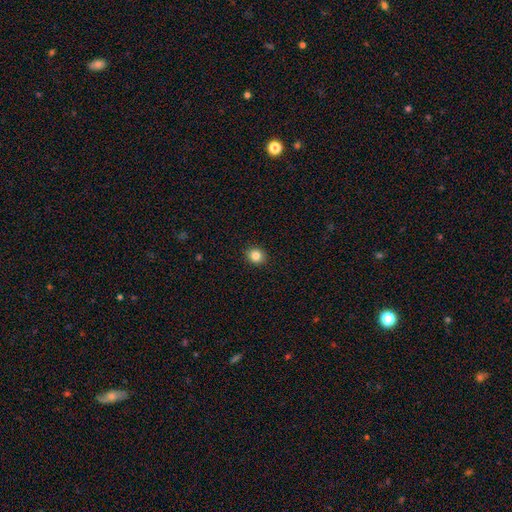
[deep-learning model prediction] Q: Smooth or featured?
A: smooth (85%); runner-up: star or artifact (10%)
Q: How rounded?
A: round (72%); runner-up: in between (27%)
Q: Merging?
A: none (92%); runner-up: minor disturbance (6%)